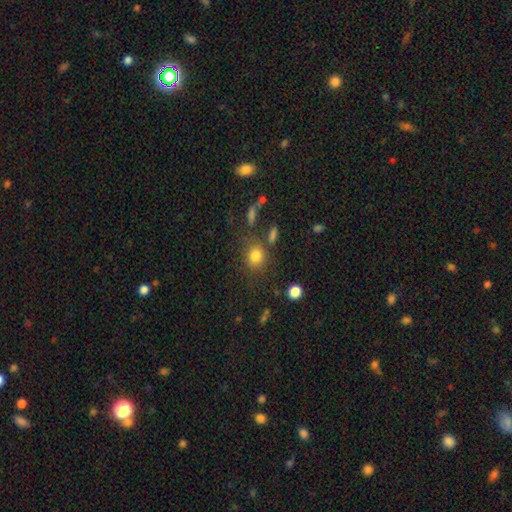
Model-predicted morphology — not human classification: smooth-or-featured: smooth: 80% | star or artifact: 12% | featured or disk: 8%
  how-rounded: round: 71% | in between: 27% | cigar-shaped: 1%
  merging: none: 68% | minor disturbance: 14% | merger: 10% | major disturbance: 8%